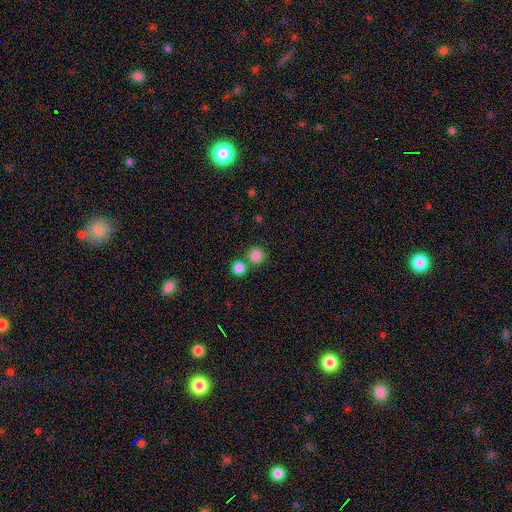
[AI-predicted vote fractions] smooth 85%, star or artifact 10%, featured or disk 5%. Down the decision tree: how rounded — round (92%); merging — none (68%).